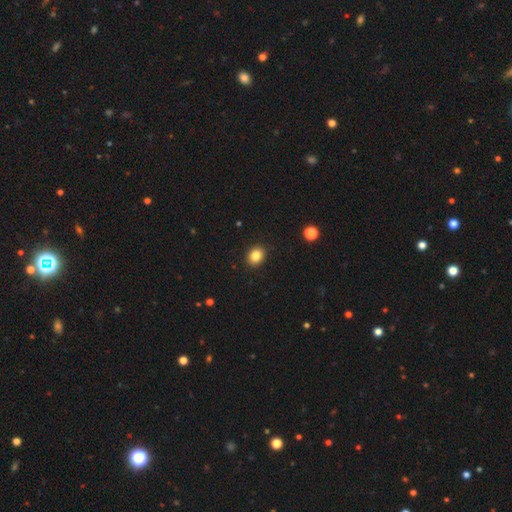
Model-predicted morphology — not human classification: Smooth or featured? smooth (84%)
How rounded? round (55%)
Merging? none (91%)